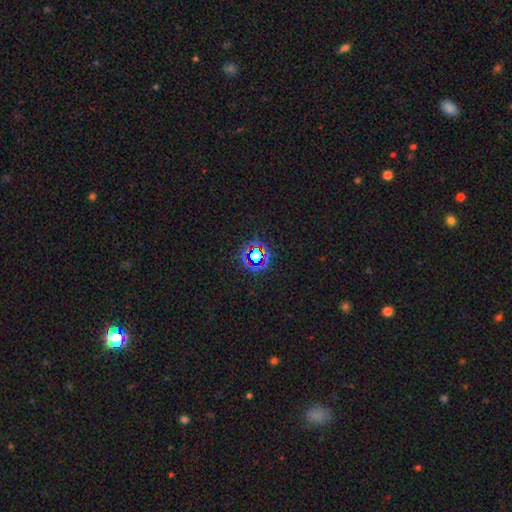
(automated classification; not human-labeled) Q: Smooth or featured?
A: star or artifact (68%); runner-up: smooth (21%)